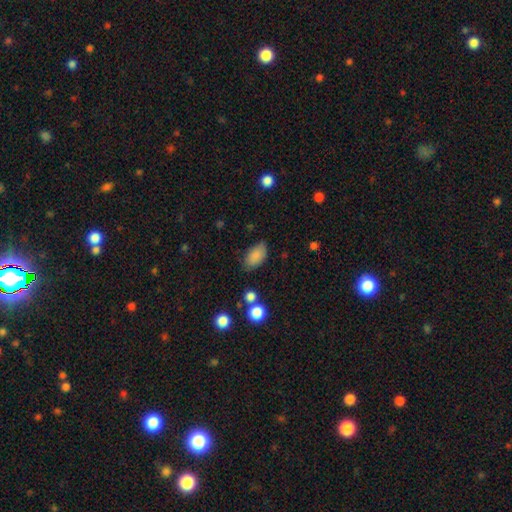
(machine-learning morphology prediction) Q: Smooth or featured?
A: smooth (86%); runner-up: star or artifact (8%)
Q: How rounded?
A: in between (93%); runner-up: round (5%)
Q: Merging?
A: none (78%); runner-up: minor disturbance (16%)